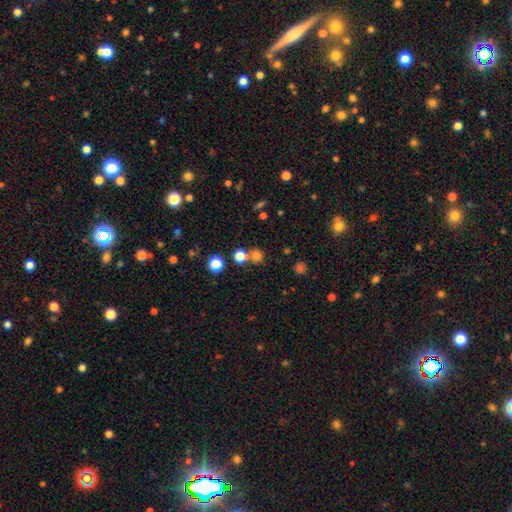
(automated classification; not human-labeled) This is likely a smooth galaxy (72%). How rounded: clearly round (87%). Merging: likely none (60%).